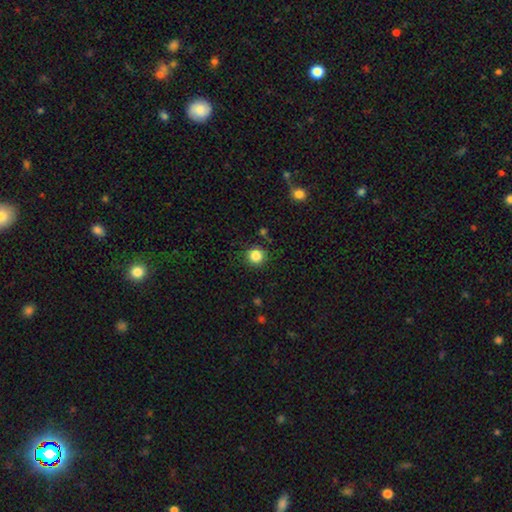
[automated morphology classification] Smooth or featured? Predicted: smooth (p=0.85). How rounded? Predicted: round (p=0.94). Merging? Predicted: none (p=0.88).